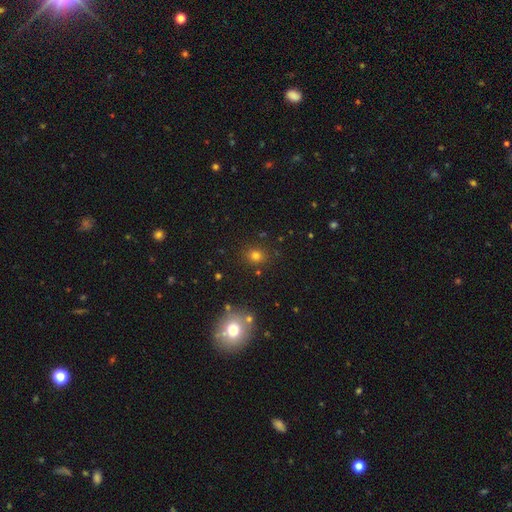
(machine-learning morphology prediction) Smooth or featured? Predicted: smooth (p=0.75). How rounded? Predicted: round (p=0.77). Merging? Predicted: none (p=0.86).